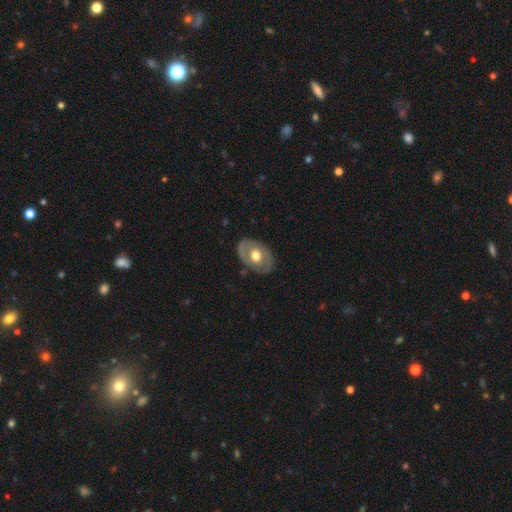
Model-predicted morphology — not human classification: This appears to be a featured or disk galaxy (54%). Merging: none (78%).